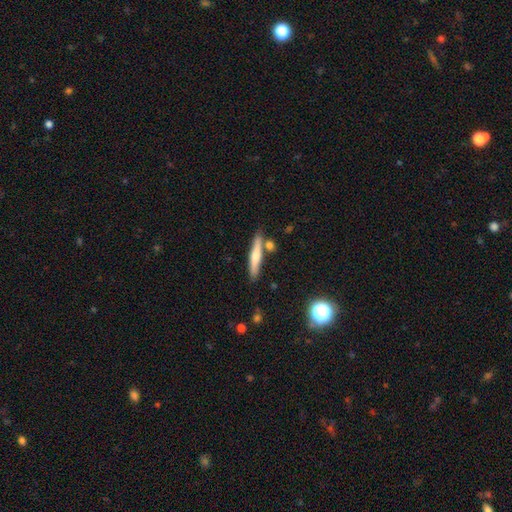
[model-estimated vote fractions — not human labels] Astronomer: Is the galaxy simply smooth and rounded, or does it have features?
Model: smooth — 56% (runner-up: featured or disk, 37%).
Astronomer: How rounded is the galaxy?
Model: cigar-shaped — 90%.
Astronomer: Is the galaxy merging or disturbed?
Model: none — 78%.